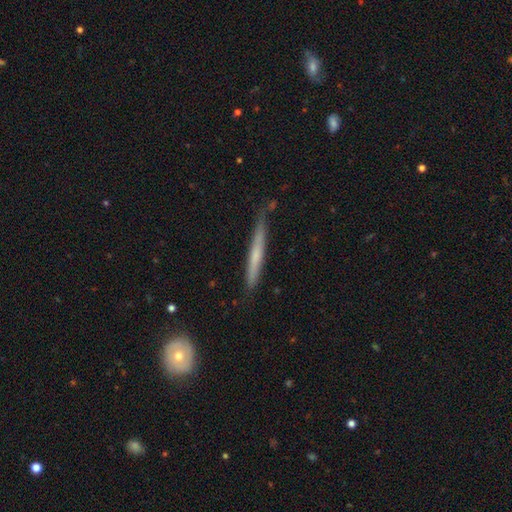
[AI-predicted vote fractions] The model was most divided on "smooth or featured": smooth: 49%, featured or disk: 45%, star or artifact: 6%. More confident: merging — none (78%).